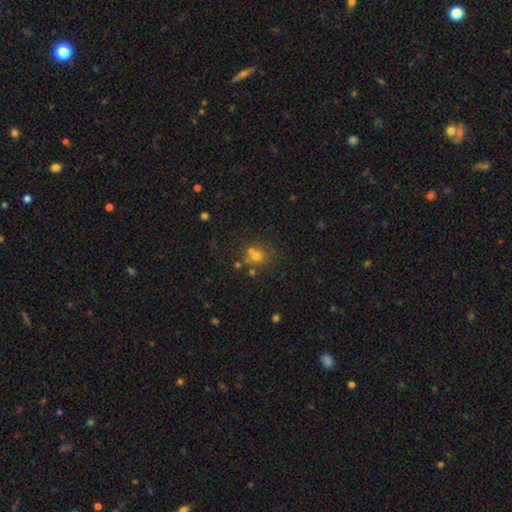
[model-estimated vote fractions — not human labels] Smooth or featured?
  - smooth: 63% *
  - star or artifact: 23%
  - featured or disk: 13%
How rounded?
  - round: 83% *
  - in between: 16%
  - cigar-shaped: 1%
Merging?
  - none: 59% *
  - merger: 26%
  - minor disturbance: 10%
  - major disturbance: 4%